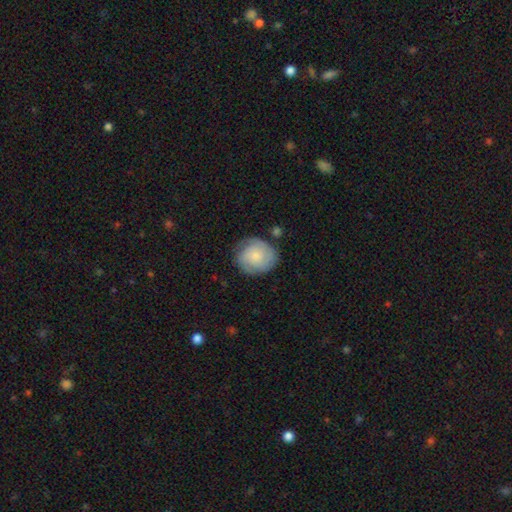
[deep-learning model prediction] This is possibly a smooth galaxy (49%). Merging: likely none (75%).